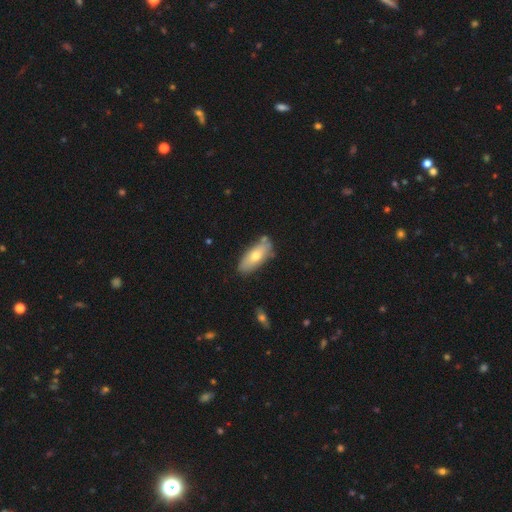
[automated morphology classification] smooth_or_featured: smooth (p=0.65) [alt: featured or disk p=0.29]
how_rounded: in between (p=0.79) [alt: cigar-shaped p=0.19]
merging: none (p=0.75) [alt: minor disturbance p=0.16]